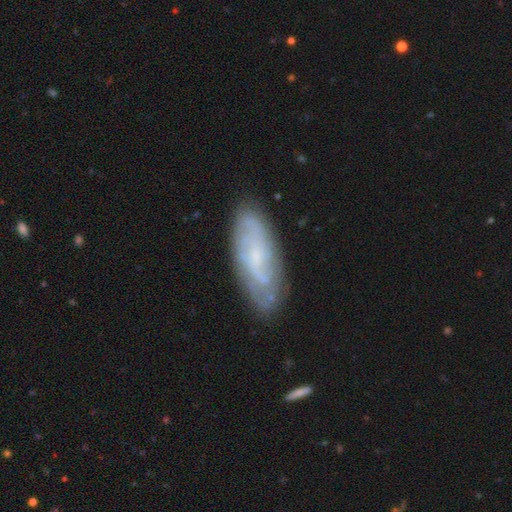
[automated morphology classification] A featured or disk galaxy (64%) with no bar (51%), spiral arms (84%) and a small central bulge (51%). Merging: none (78%).